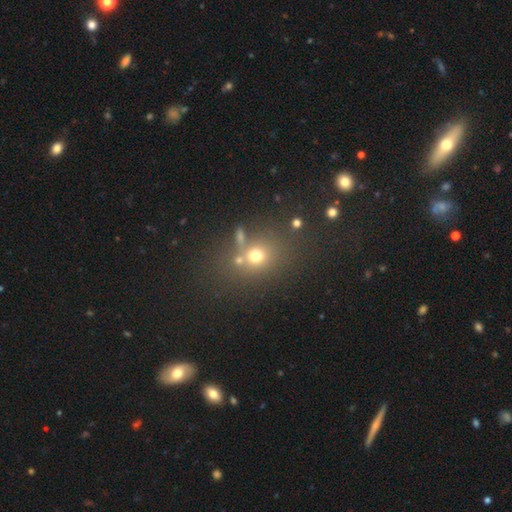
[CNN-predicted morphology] smooth-or-featured: smooth: 66% | star or artifact: 21% | featured or disk: 13%
  how-rounded: round: 66% | in between: 33% | cigar-shaped: 2%
  merging: none: 61% | merger: 19% | minor disturbance: 13% | major disturbance: 7%